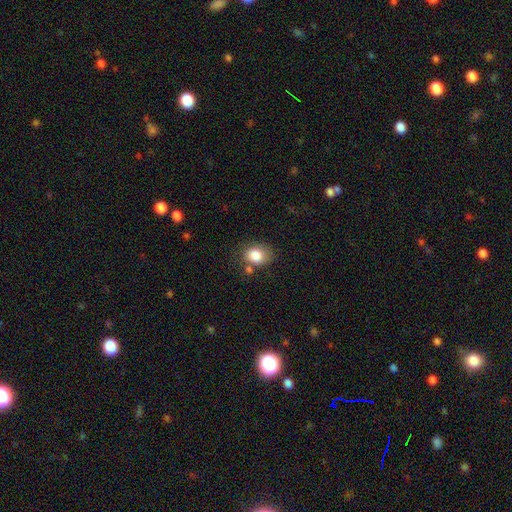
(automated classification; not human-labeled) The model was most divided on "how rounded": in between: 55%, round: 44%, cigar-shaped: 1%. More confident: smooth or featured — smooth (83%); merging — none (63%).